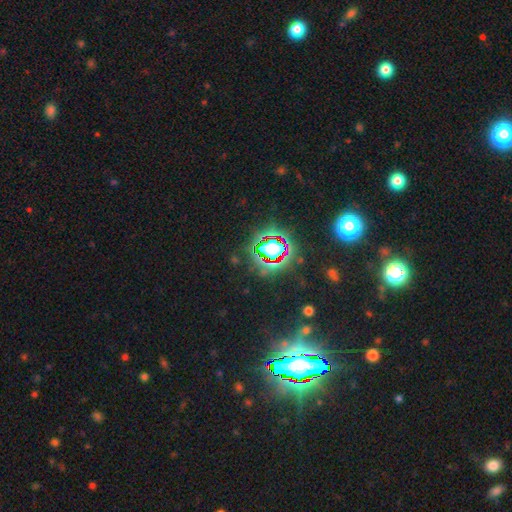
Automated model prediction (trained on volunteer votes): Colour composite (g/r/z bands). It shows a star or artifact, not a galaxy (84%).